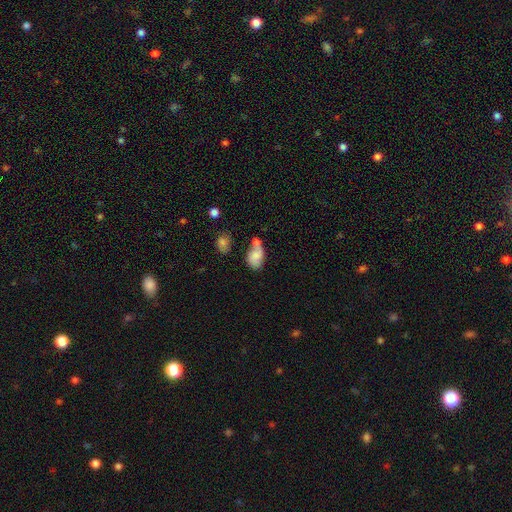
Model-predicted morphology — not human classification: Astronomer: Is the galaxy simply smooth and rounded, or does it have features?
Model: smooth — 66%.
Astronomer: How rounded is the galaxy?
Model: in between — 83%.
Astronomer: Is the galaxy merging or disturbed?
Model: merger — 38% (runner-up: none, 29%).